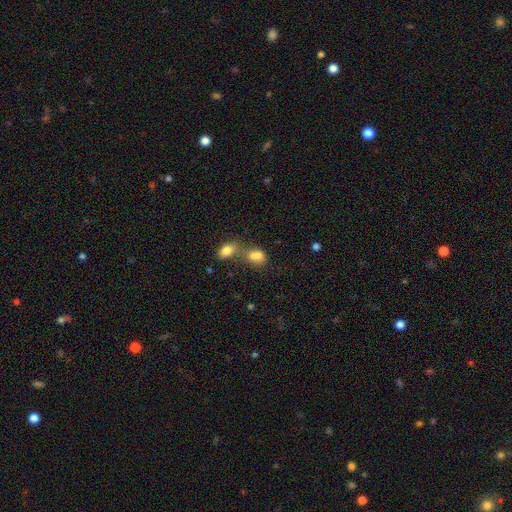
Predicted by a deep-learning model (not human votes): A smooth galaxy with no disk features (78%) that is in between round and cigar-shaped (69%).

Vote fractions:
- Smooth or featured? smooth: 78% / featured or disk: 11% / star or artifact: 11%
- How rounded? in between: 69% / round: 29% / cigar-shaped: 2%
- Merging? merger: 61% / none: 24% / minor disturbance: 9% / major disturbance: 5%